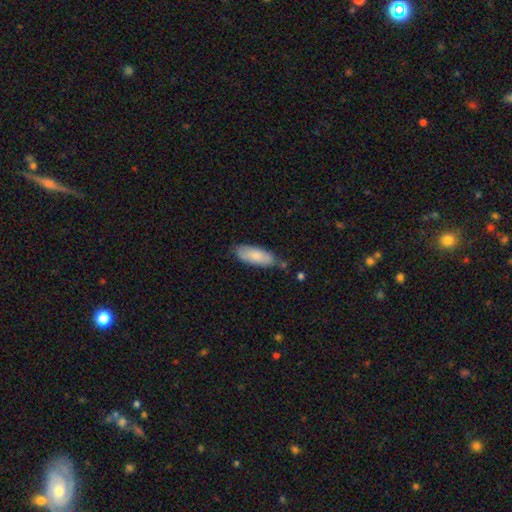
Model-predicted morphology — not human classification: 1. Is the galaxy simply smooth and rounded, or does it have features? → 81% smooth, 13% featured or disk, 6% star or artifact.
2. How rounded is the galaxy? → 73% in between, 26% cigar-shaped, 2% round.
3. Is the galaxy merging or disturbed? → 70% none, 23% minor disturbance, 4% merger, 4% major disturbance.